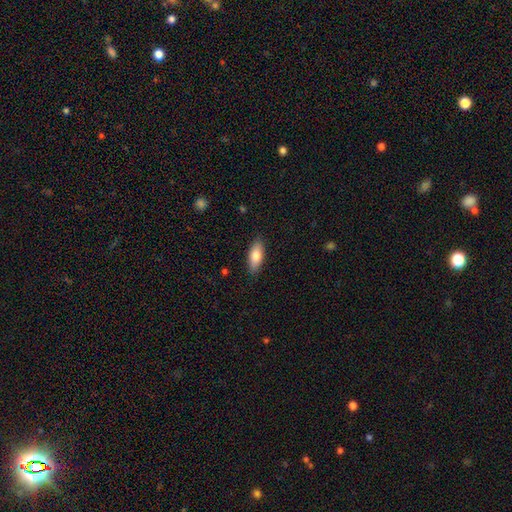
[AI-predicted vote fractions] Overall: smooth (79%). How rounded: in between (75%). Merging: none (87%).